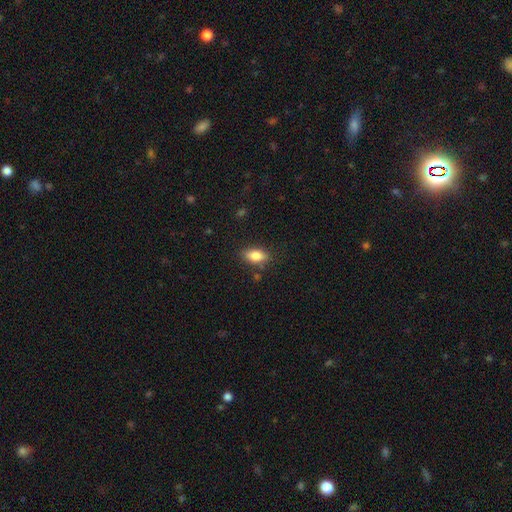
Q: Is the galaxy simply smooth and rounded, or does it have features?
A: smooth — 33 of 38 (87%).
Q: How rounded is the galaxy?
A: in between — 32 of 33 (97%).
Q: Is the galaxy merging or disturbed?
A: none — 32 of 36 (89%).